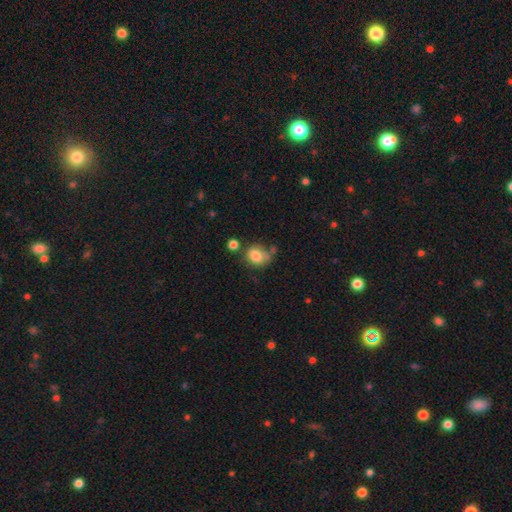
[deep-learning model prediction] smooth 80%, featured or disk 11%, star or artifact 10%. Down the decision tree: how rounded — round (59%); merging — none (50%).